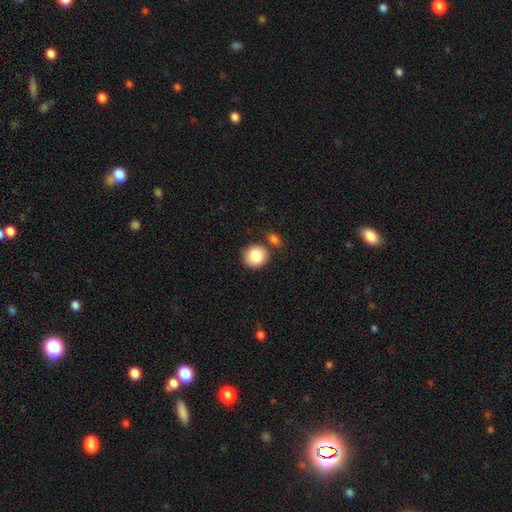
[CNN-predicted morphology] The model was most divided on "merging": none: 73%, merger: 12%, minor disturbance: 11%, major disturbance: 3%. More confident: how rounded — round (88%); smooth or featured — smooth (86%).